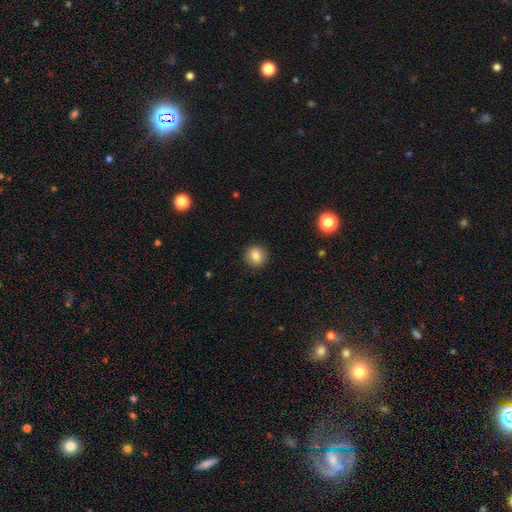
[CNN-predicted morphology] type=smooth (84%); roundness=round (89%); merging=none (91%).